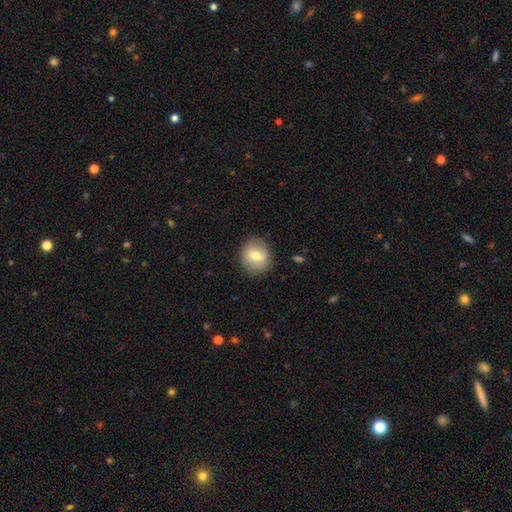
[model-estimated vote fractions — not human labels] The model was most divided on "smooth or featured": smooth: 67%, featured or disk: 24%, star or artifact: 8%. More confident: merging — none (85%); how rounded — round (82%).